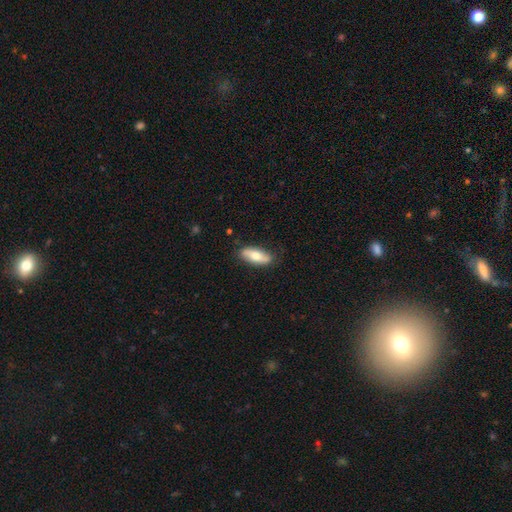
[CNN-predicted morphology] smooth_or_featured: smooth (p=0.65) [alt: featured or disk p=0.30]
how_rounded: in between (p=0.73) [alt: cigar-shaped p=0.24]
merging: none (p=0.83) [alt: minor disturbance p=0.13]